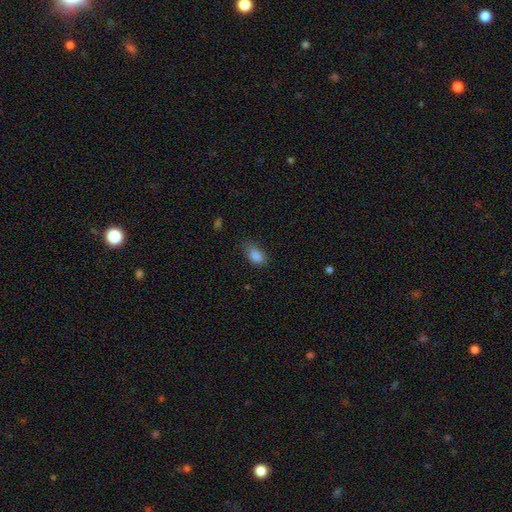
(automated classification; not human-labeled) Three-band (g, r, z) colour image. It shows a smooth galaxy with no disk features (86%) that is in between round and cigar-shaped (88%). Merging: none (57%).